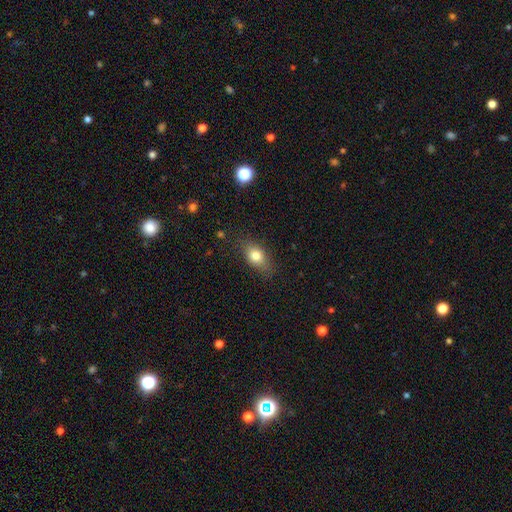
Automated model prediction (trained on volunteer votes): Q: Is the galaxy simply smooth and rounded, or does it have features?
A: smooth — 78%.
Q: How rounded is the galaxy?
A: in between — 77%.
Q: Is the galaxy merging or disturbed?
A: none — 77%.